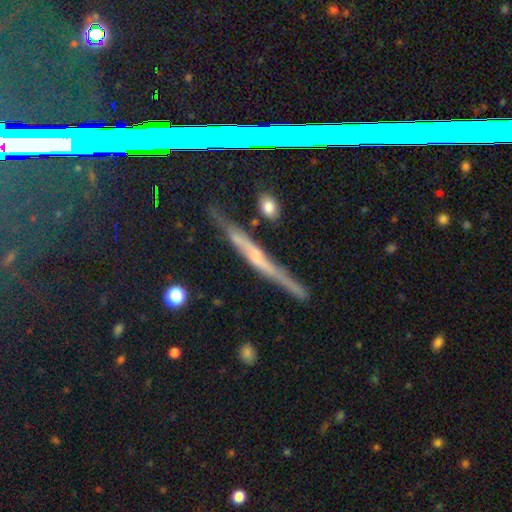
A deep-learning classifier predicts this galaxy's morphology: The model was most divided on "edge-on bulge": rounded: 46%, none: 37%, boxy: 17%. More confident: edge-on disk — yes (91%); merging — none (78%); smooth or featured — featured or disk (64%).